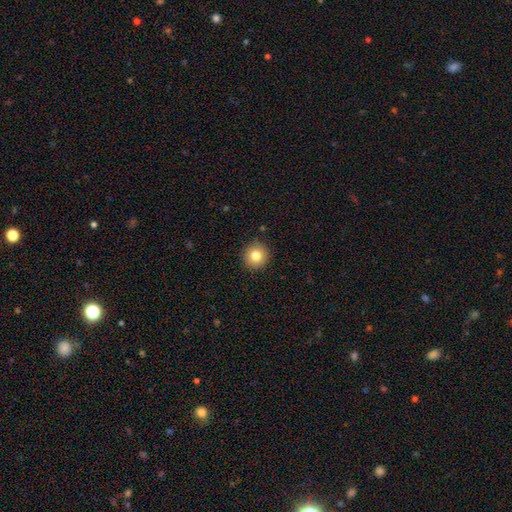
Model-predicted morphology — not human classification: This appears to be a smooth galaxy with no disk features (80%) that is round (94%). Merging: none (91%).